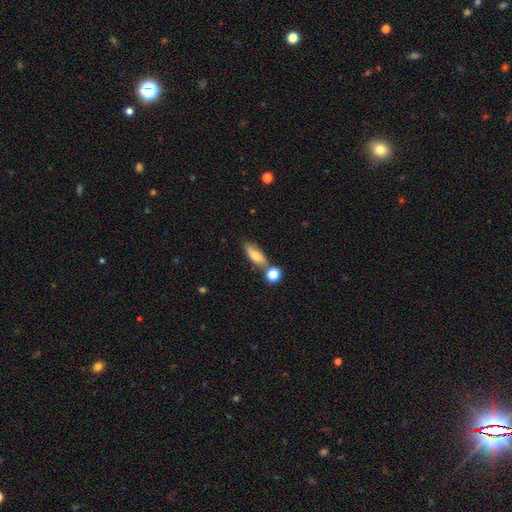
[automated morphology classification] Smooth or featured: smooth — 75% (featured or disk — 16%)
How rounded: in between — 68% (cigar-shaped — 26%)
Merging: none — 61% (minor disturbance — 17%)